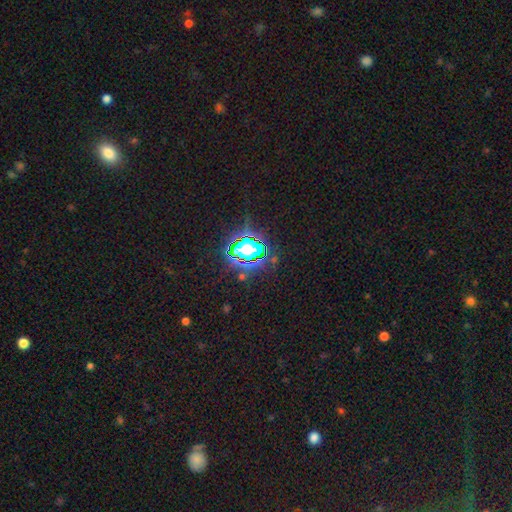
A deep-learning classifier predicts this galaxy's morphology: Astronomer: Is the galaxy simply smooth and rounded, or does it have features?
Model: star or artifact — 83%.